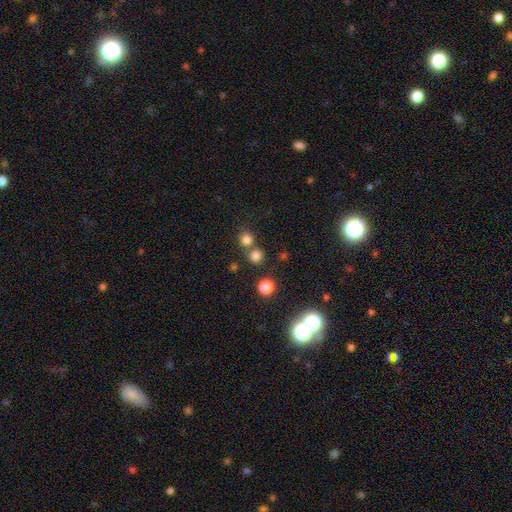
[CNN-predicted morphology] smooth_or_featured: smooth (p=0.76) [alt: star or artifact p=0.18]
how_rounded: round (p=0.90) [alt: in between p=0.09]
merging: none (p=0.67) [alt: merger p=0.24]